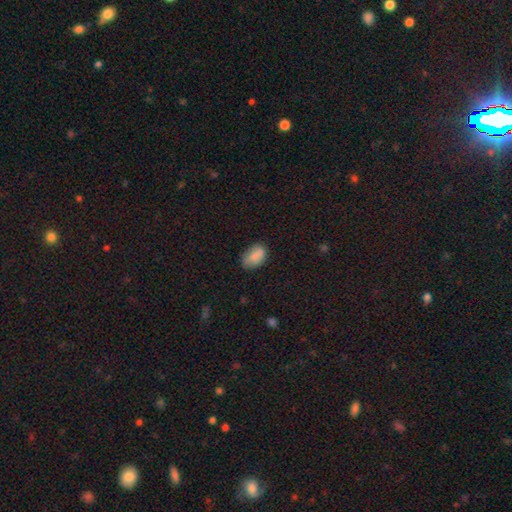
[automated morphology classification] type=smooth (85%); roundness=in between (88%); merging=none (67%).